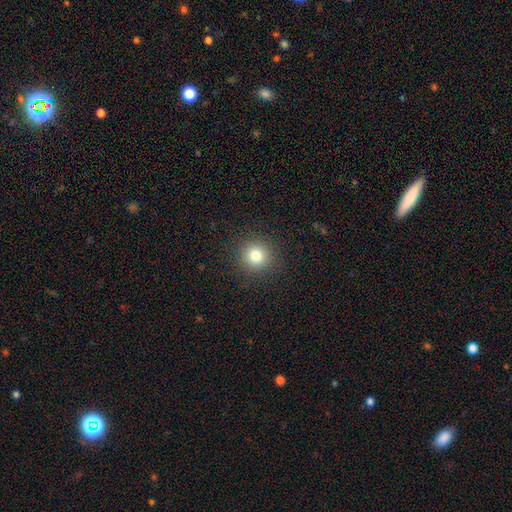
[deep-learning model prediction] smooth 80%, star or artifact 13%, featured or disk 7%. Down the decision tree: how rounded — round (94%); merging — none (91%).